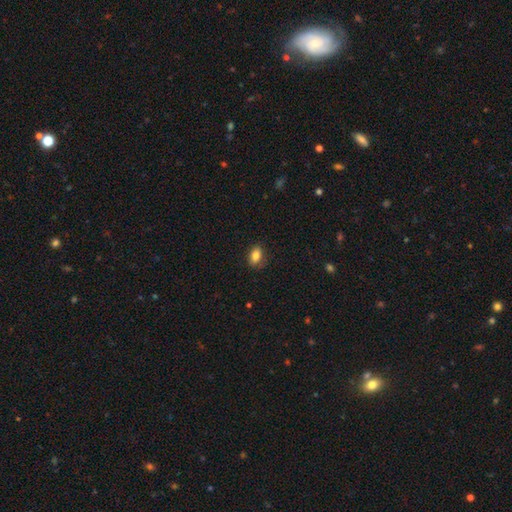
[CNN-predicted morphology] A smooth galaxy with no disk features (82%) that is in between round and cigar-shaped (82%).

Vote fractions:
- Smooth or featured? smooth: 82% / star or artifact: 9% / featured or disk: 9%
- How rounded? in between: 82% / round: 16% / cigar-shaped: 2%
- Merging? none: 81% / minor disturbance: 14% / major disturbance: 3% / merger: 1%